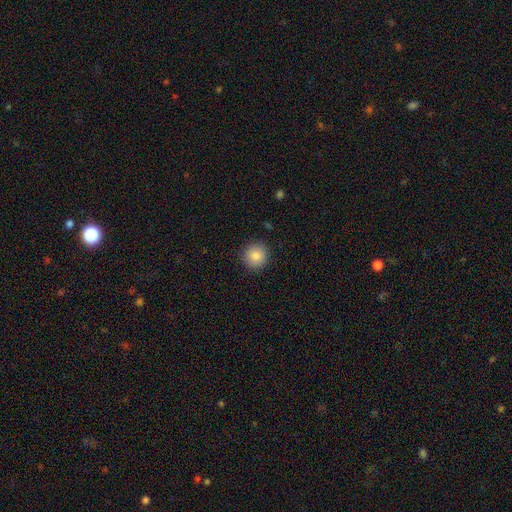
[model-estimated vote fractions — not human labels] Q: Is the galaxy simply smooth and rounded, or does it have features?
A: smooth — 85%.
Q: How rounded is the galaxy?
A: round — 94%.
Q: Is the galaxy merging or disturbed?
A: none — 91%.